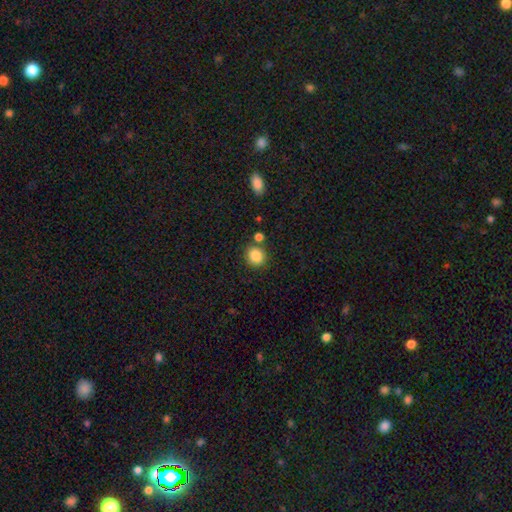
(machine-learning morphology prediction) This is clearly a smooth galaxy (86%). How rounded: likely round (80%). Merging: likely none (78%).